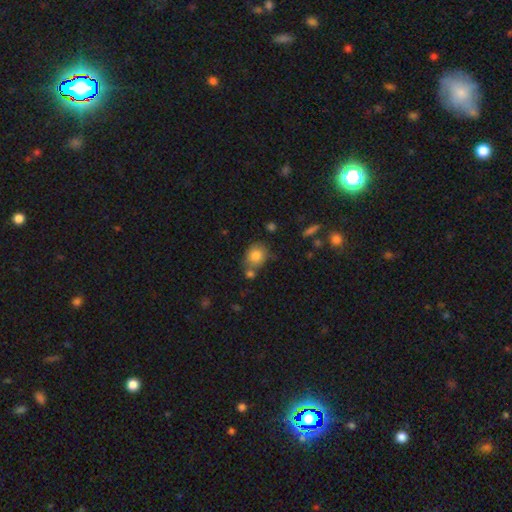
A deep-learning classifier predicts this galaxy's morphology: The model was most divided on "how rounded": round: 54%, in between: 45%, cigar-shaped: 1%. More confident: smooth or featured — smooth (81%); merging — none (59%).